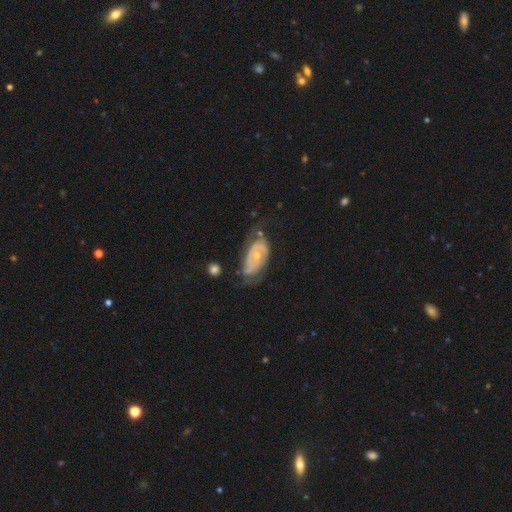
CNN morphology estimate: A featured or disk galaxy (80%) with no bar (67%), 2 (66%) tight (52%) spiral arms (89%) and a small central bulge (61%). Merging: none (55%).